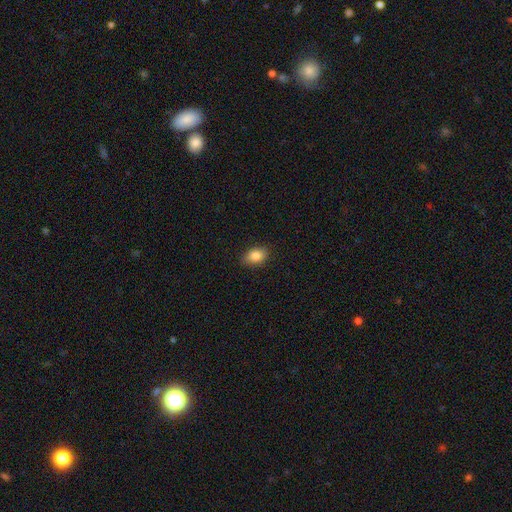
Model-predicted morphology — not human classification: This appears to be a smooth galaxy with no disk features (86%) that is in between round and cigar-shaped (83%). Merging: none (84%).